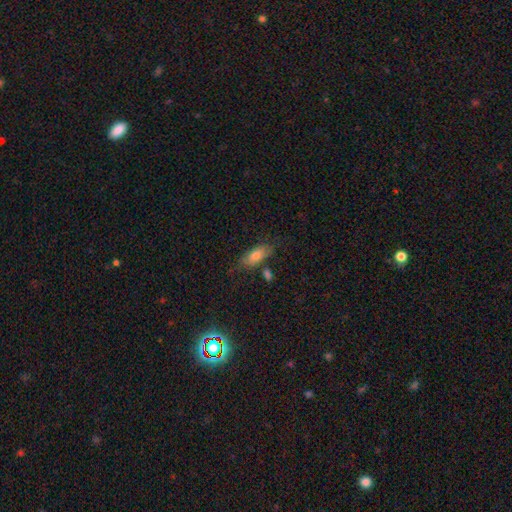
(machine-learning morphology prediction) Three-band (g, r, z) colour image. It shows a smooth galaxy with no disk features (72%) that is in between round and cigar-shaped (77%). Merging: none (70%).